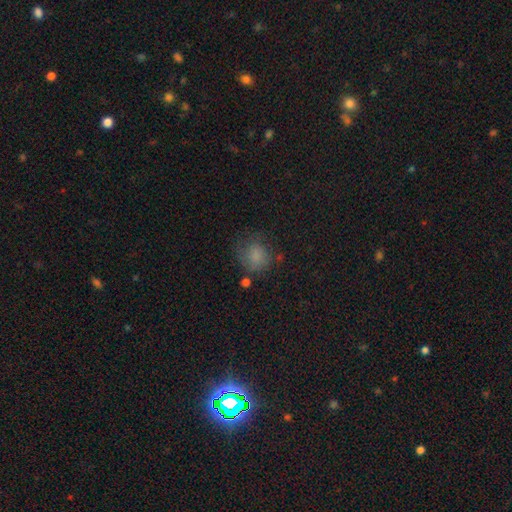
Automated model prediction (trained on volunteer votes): smooth 76%, featured or disk 12%, star or artifact 12%. Down the decision tree: how rounded — round (75%); merging — none (55%).